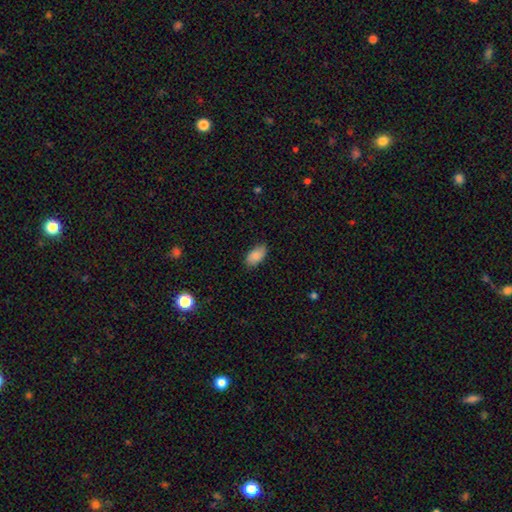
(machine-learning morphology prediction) smooth 84%, featured or disk 8%, star or artifact 8%. Down the decision tree: how rounded — in between (93%); merging — none (79%).